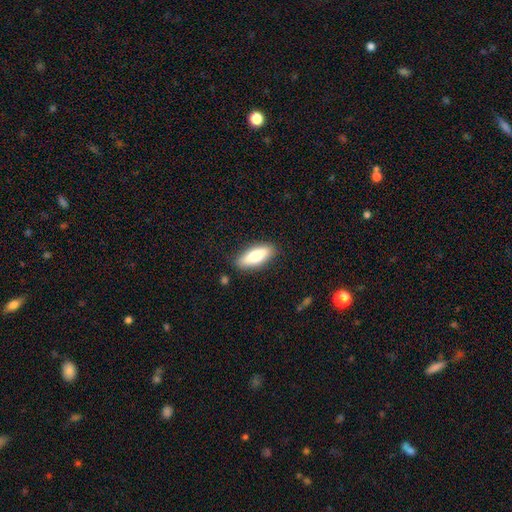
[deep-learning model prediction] The model was most divided on "how rounded": in between: 70%, cigar-shaped: 28%, round: 2%. More confident: merging — none (86%); smooth or featured — smooth (73%).